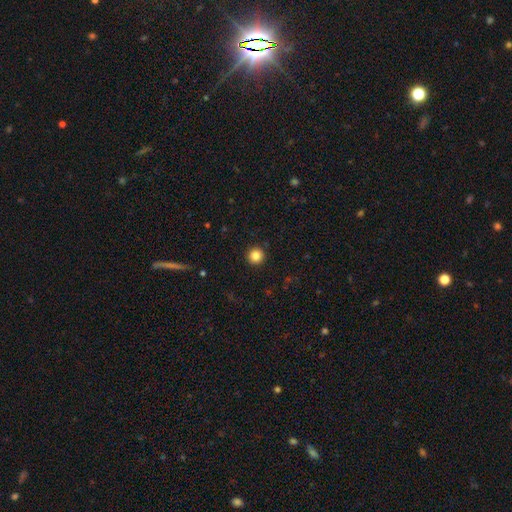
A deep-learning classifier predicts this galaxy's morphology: Smooth or featured: smooth — 85% (star or artifact — 11%)
How rounded: round — 96% (in between — 3%)
Merging: none — 93% (minor disturbance — 4%)